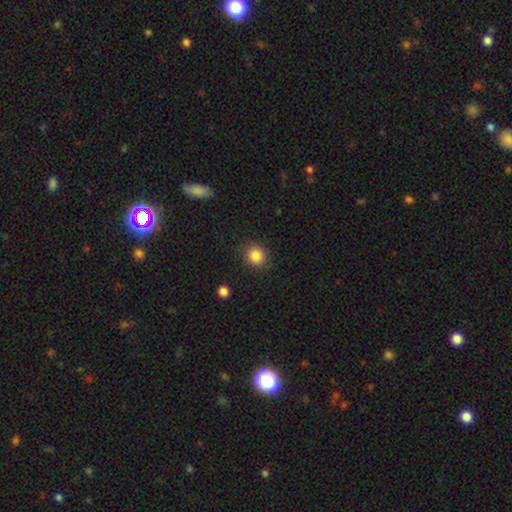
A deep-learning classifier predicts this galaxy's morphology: Overall: smooth (85%). How rounded: round (86%). Merging: none (87%).